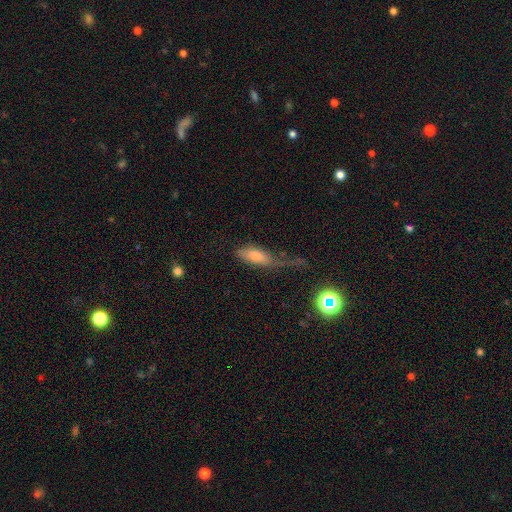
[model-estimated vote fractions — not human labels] Smooth or featured? smooth (61%)
How rounded? in between (62%)
Merging? major disturbance (40%)